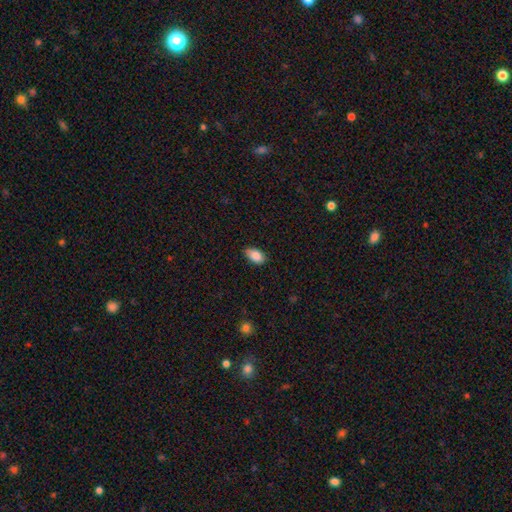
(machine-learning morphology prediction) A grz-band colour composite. It shows a smooth galaxy with no disk features (87%) that is in between round and cigar-shaped (92%). Merging: none (73%).